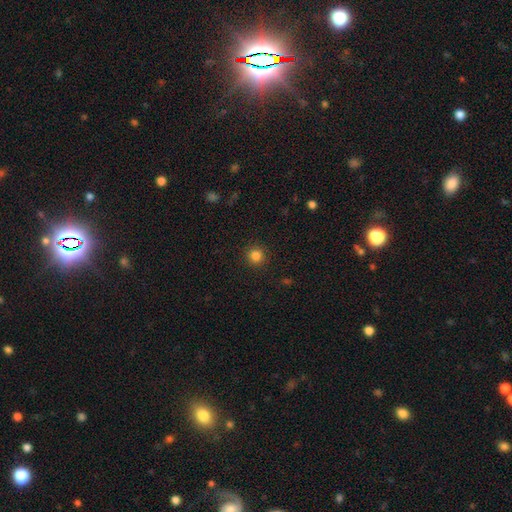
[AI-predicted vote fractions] smooth-or-featured: smooth: 84% | star or artifact: 12% | featured or disk: 4%
  how-rounded: round: 94% | in between: 5% | cigar-shaped: 1%
  merging: none: 91% | minor disturbance: 6% | major disturbance: 2% | merger: 1%